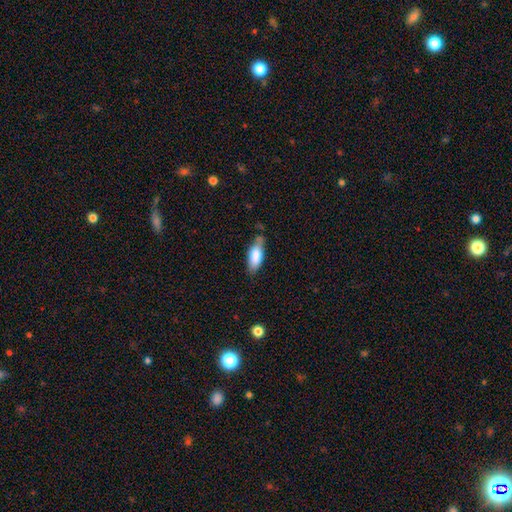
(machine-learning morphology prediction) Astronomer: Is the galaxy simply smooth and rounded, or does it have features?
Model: smooth — 79%.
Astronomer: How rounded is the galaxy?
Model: in between — 78%.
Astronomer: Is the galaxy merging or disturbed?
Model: none — 62%.